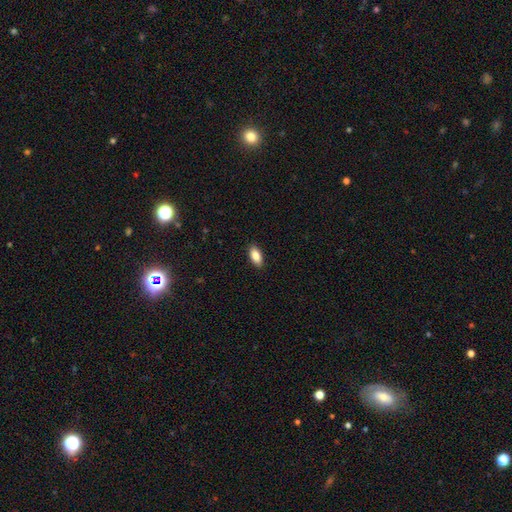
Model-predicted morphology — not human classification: This is clearly a smooth galaxy (88%). How rounded: clearly in between (91%). Merging: clearly none (89%).